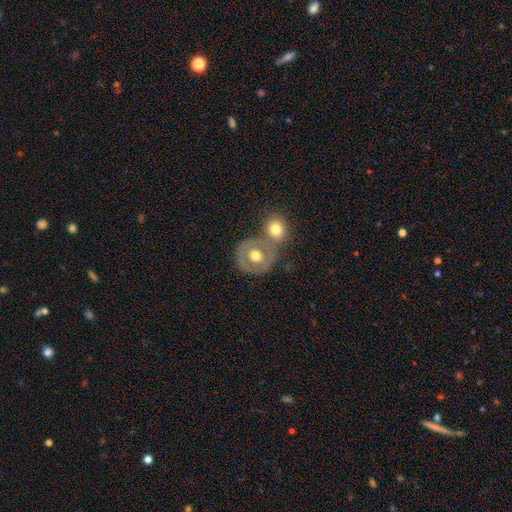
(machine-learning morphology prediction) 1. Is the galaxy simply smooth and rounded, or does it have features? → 50% smooth, 43% featured or disk, 7% star or artifact.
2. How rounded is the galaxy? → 85% round, 13% in between, 1% cigar-shaped.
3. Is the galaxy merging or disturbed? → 49% none, 35% merger, 11% minor disturbance, 5% major disturbance.